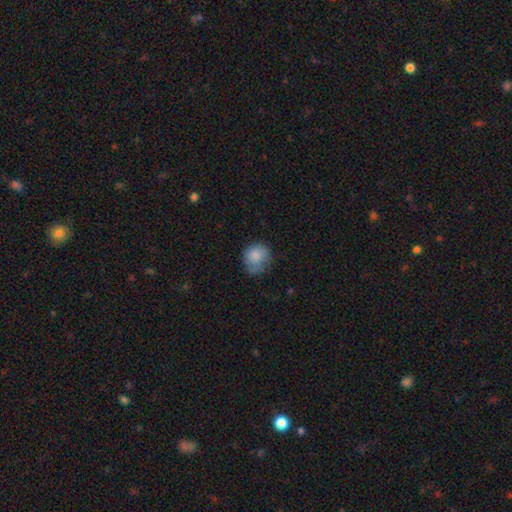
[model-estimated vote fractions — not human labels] Smooth or featured: smooth — 80% (featured or disk — 13%)
How rounded: round — 73% (in between — 26%)
Merging: none — 54% (minor disturbance — 33%)